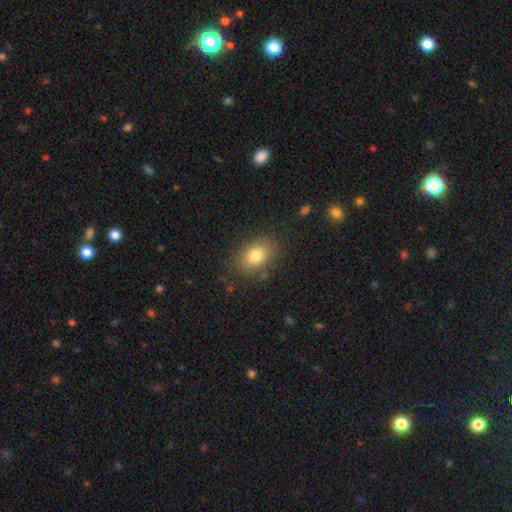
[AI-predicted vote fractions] A smooth galaxy with no disk features (81%) that is in between round and cigar-shaped (71%).

Vote fractions:
- Smooth or featured? smooth: 81% / star or artifact: 10% / featured or disk: 10%
- How rounded? in between: 71% / round: 27% / cigar-shaped: 1%
- Merging? none: 82% / minor disturbance: 12% / major disturbance: 4% / merger: 2%